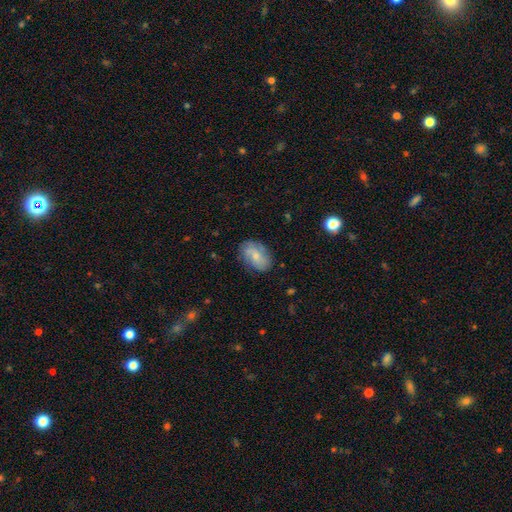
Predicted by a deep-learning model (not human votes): Smooth or featured? smooth (50%)
How rounded? in between (84%)
Merging? none (76%)